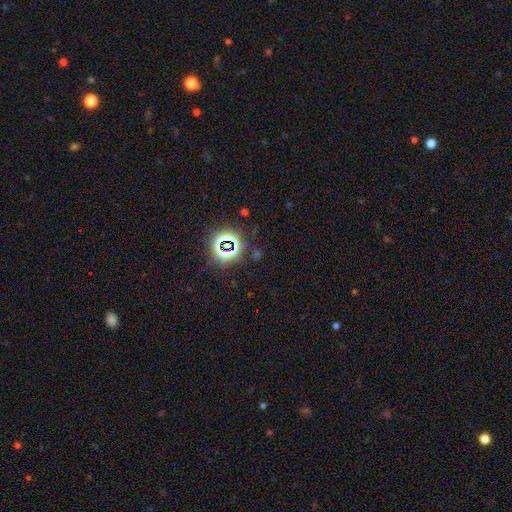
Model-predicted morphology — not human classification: Smooth or featured: star or artifact — 79% (smooth — 14%)